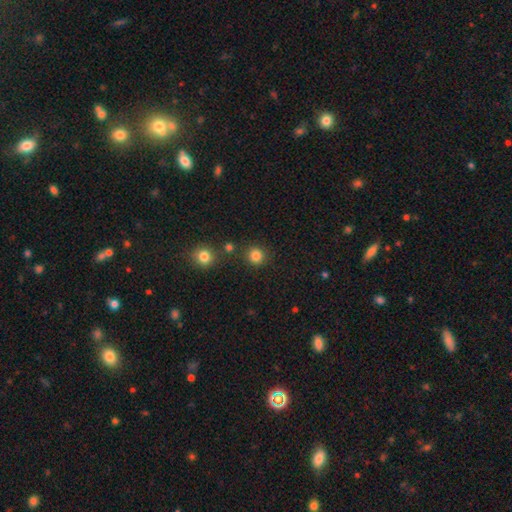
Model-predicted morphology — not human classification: This is clearly a smooth galaxy (83%). How rounded: clearly round (91%). Merging: clearly none (84%).